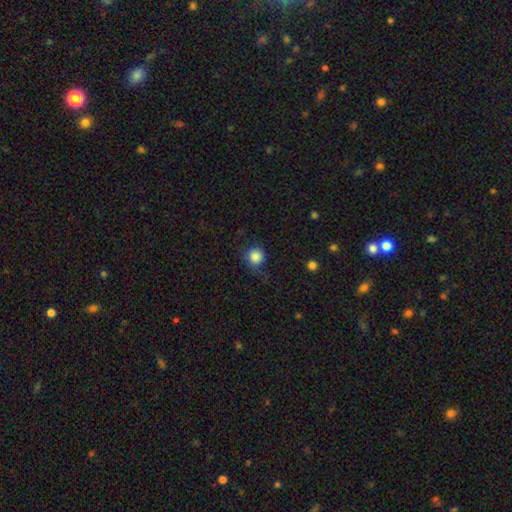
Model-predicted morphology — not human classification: A smooth galaxy with no disk features (86%) that is round (92%).

Vote fractions:
- Smooth or featured? smooth: 86% / star or artifact: 10% / featured or disk: 4%
- How rounded? round: 92% / in between: 7% / cigar-shaped: 1%
- Merging? none: 75% / minor disturbance: 18% / major disturbance: 6% / merger: 1%